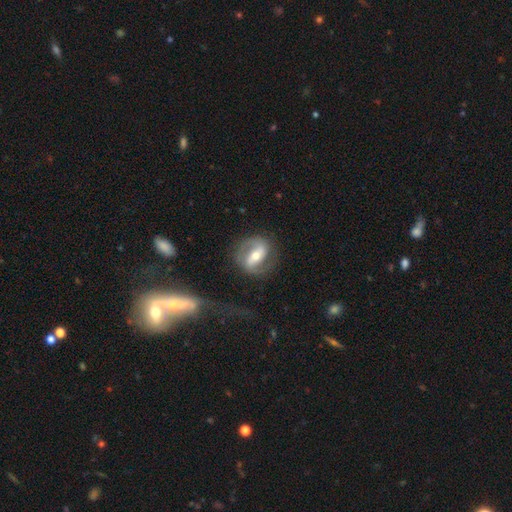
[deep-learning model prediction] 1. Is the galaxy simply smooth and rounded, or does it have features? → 81% featured or disk, 13% smooth, 6% star or artifact.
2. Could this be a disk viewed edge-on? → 96% no, 4% yes.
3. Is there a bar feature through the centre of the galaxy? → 56% strong, 29% weak, 15% no.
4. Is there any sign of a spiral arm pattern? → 89% yes, 11% no.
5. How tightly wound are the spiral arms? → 47% medium, 27% tight, 26% loose.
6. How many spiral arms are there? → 88% 2, 5% can't tell, 4% 1, 1% 3, 1% 4, 1% more than 4.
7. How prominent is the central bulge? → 65% moderate, 28% small, 5% large, 1% dominant, 1% none.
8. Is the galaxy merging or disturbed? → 75% none, 14% minor disturbance, 9% major disturbance, 2% merger.